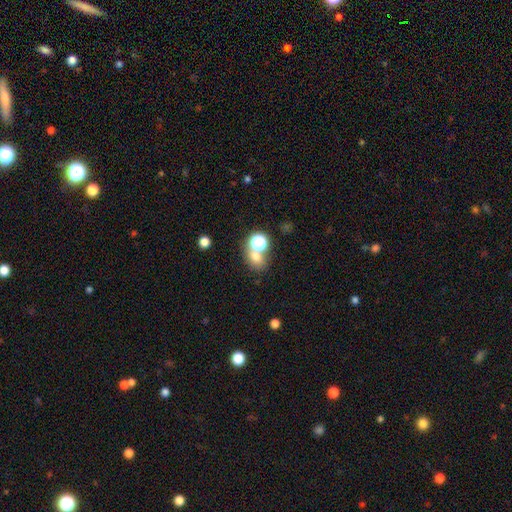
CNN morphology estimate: type=smooth (67%); roundness=round (60%); merging=none (51%).